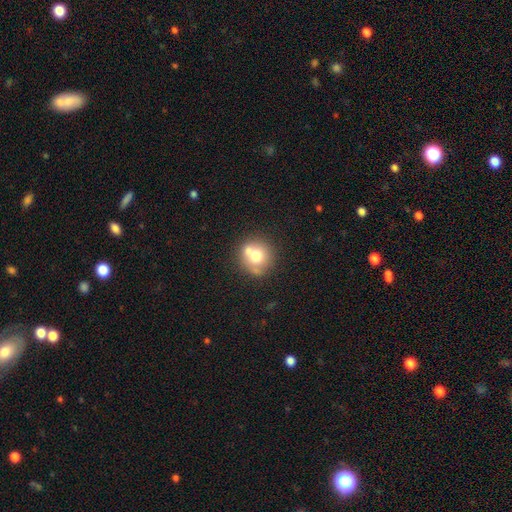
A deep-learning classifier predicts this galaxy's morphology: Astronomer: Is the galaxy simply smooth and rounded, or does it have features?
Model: smooth — 67%.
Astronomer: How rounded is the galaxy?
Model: round — 84%.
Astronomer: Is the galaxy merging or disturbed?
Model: none — 52% (runner-up: merger, 28%).